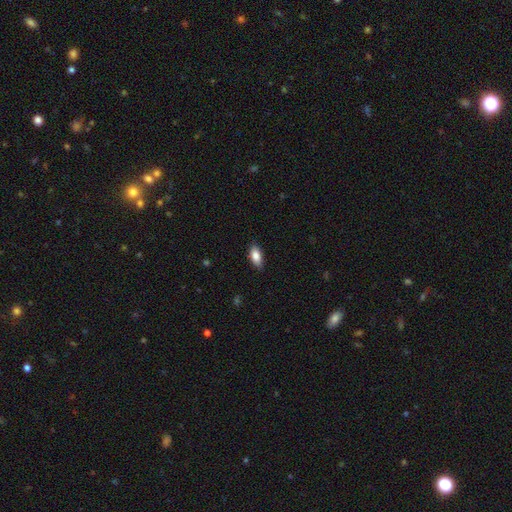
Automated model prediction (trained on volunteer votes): smooth-or-featured: smooth: 84% | featured or disk: 9% | star or artifact: 7%
  how-rounded: in between: 87% | cigar-shaped: 10% | round: 3%
  merging: none: 85% | minor disturbance: 12% | major disturbance: 2% | merger: 1%